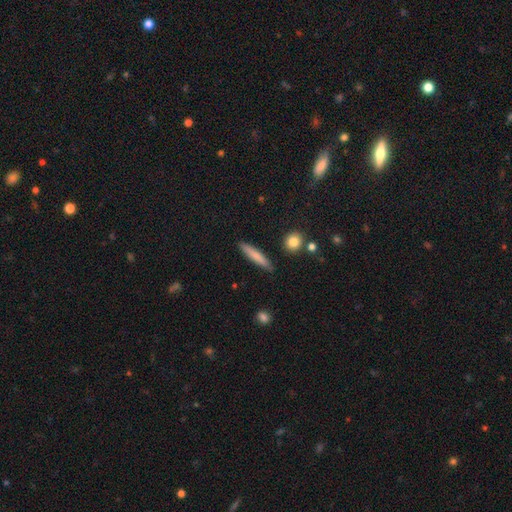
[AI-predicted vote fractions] This is likely a smooth galaxy (76%). How rounded: clearly cigar-shaped (90%). Merging: clearly none (88%).